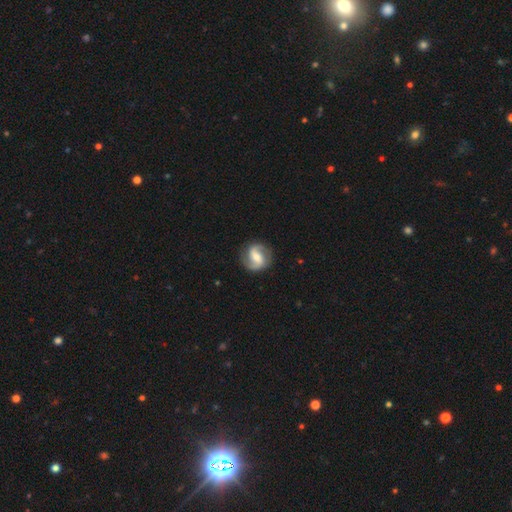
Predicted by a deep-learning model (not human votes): Smooth or featured?
  - featured or disk: 85% *
  - smooth: 10%
  - star or artifact: 5%
Edge-on disk?
  - no: 98% *
  - yes: 2%
Bar?
  - weak: 45% *
  - strong: 29%
  - no: 26%
Spiral arms?
  - yes: 96% *
  - no: 4%
Spiral winding?
  - medium: 50% *
  - loose: 26%
  - tight: 23%
Spiral arm count?
  - 2: 92% *
  - can't tell: 3%
  - 1: 2%
  - 3: 1%
  - 4: 1%
  - more than 4: 1%
Bulge size?
  - moderate: 58% *
  - small: 32%
  - large: 6%
  - none: 3%
  - dominant: 1%
Merging?
  - none: 86% *
  - minor disturbance: 10%
  - major disturbance: 3%
  - merger: 1%